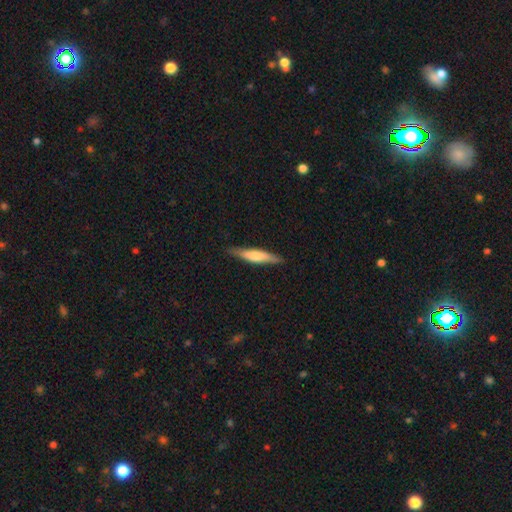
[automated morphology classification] A smooth galaxy with no disk features (56%) that is cigar-shaped (87%). Merging: none (86%).